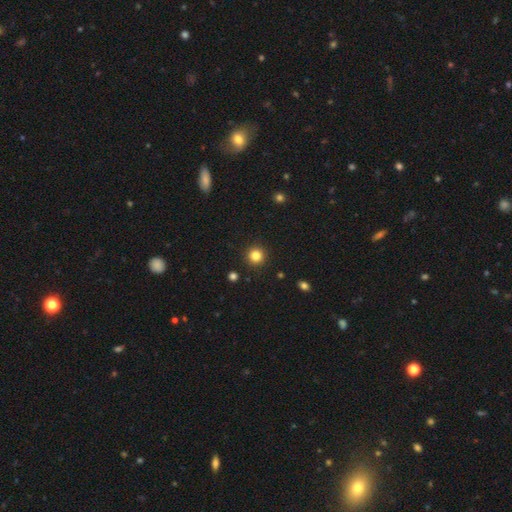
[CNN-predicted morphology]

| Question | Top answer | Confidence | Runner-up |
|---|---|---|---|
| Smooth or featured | smooth | 83% | star or artifact (12%) |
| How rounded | round | 95% | in between (4%) |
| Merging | none | 93% | minor disturbance (5%) |